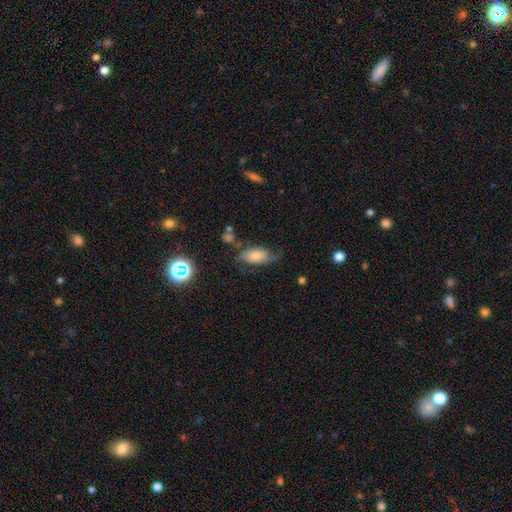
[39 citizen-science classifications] Overall: smooth (51%; featured or disk 46%). How rounded: in between (95%). Merging: minor disturbance (42%; none 37%).